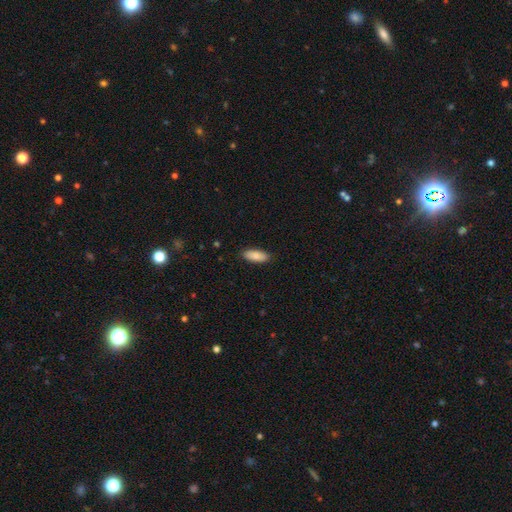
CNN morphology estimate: smooth_or_featured: smooth (p=0.86) [alt: featured or disk p=0.08]
how_rounded: in between (p=0.79) [alt: cigar-shaped p=0.20]
merging: none (p=0.89) [alt: minor disturbance p=0.08]